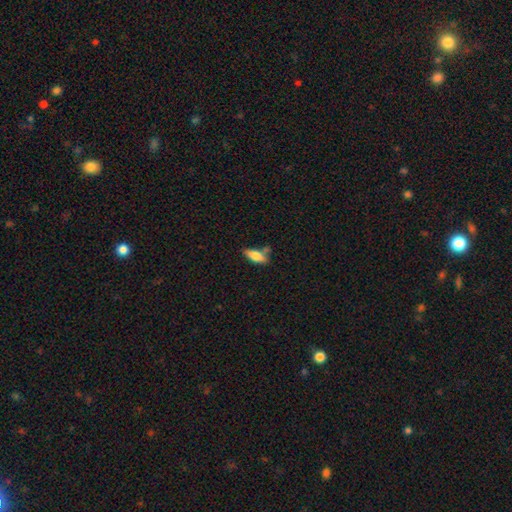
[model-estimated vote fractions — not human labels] Q: Smooth or featured?
A: smooth (75%); runner-up: featured or disk (18%)
Q: How rounded?
A: in between (70%); runner-up: cigar-shaped (28%)
Q: Merging?
A: none (58%); runner-up: minor disturbance (21%)